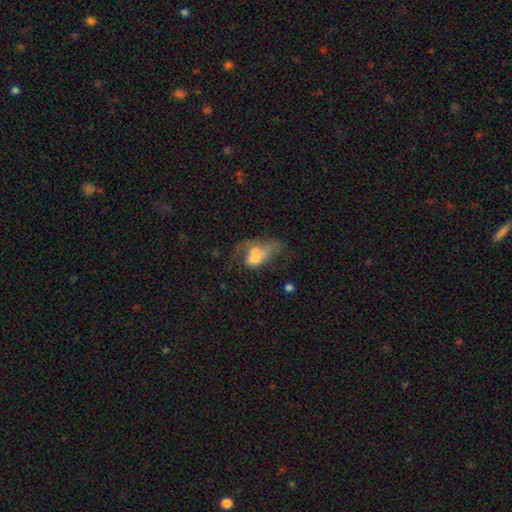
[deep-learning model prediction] Smooth or featured? Predicted: smooth (p=0.49). Merging? Predicted: merger (p=0.54).